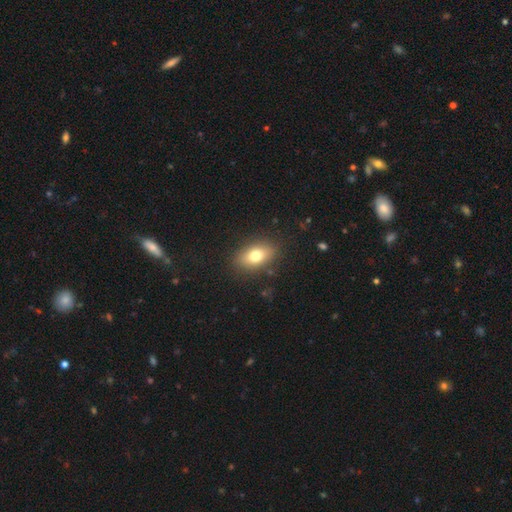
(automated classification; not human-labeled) The model was most divided on "smooth or featured": smooth: 75%, featured or disk: 16%, star or artifact: 9%. More confident: merging — none (85%); how rounded — in between (84%).